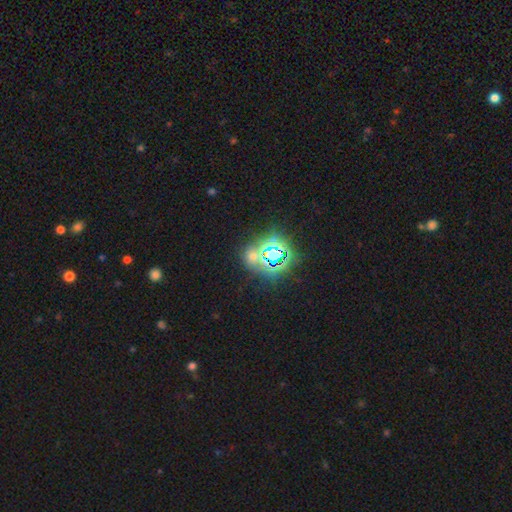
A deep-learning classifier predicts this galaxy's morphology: smooth_or_featured: star or artifact (p=0.74) [alt: smooth p=0.16]